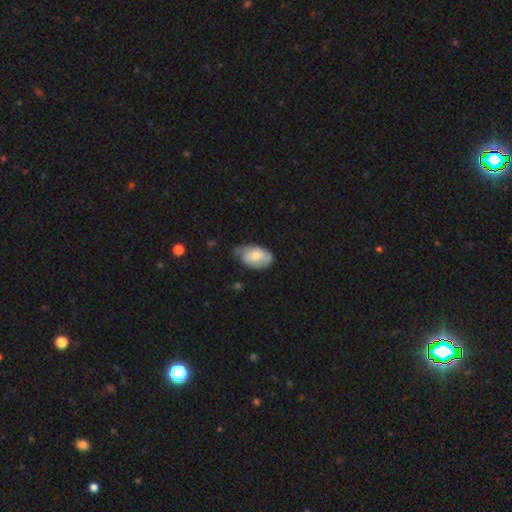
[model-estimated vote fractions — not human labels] This is possibly a smooth galaxy (57%). How rounded: clearly in between (91%). Merging: possibly none (47%).